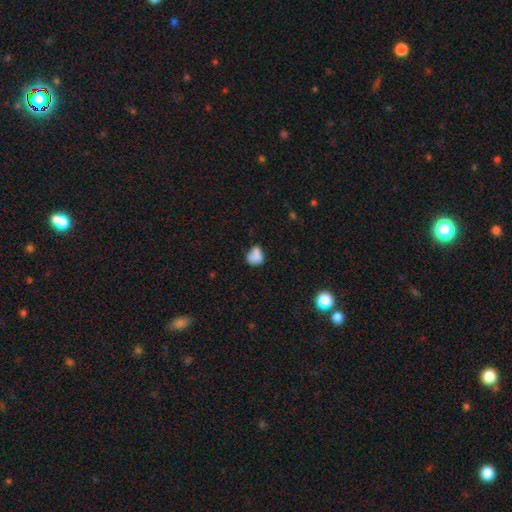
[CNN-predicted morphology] Smooth or featured? smooth (73%)
How rounded? in between (51%)
Merging? none (37%)